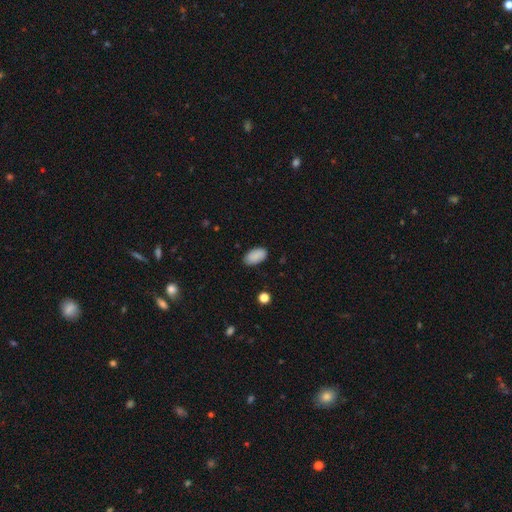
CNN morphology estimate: This is clearly a smooth galaxy (89%). How rounded: clearly in between (95%). Merging: clearly none (85%).